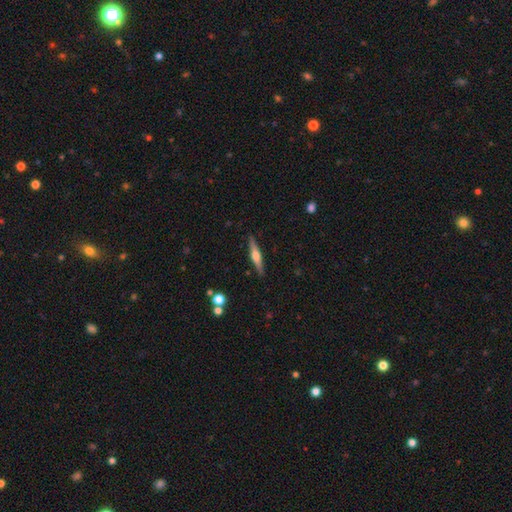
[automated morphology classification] This is likely a featured or disk galaxy (63%). It is clearly viewed edge-on (97%). Edge-on bulge: clearly rounded (88%). Merging: clearly none (90%).